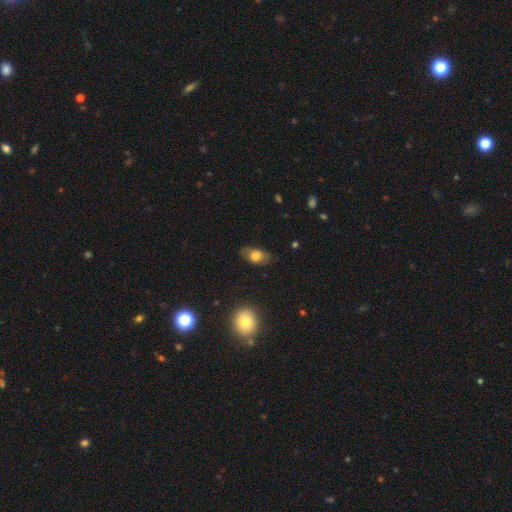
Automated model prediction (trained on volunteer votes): This is likely a smooth galaxy (73%). How rounded: clearly in between (84%). Merging: likely none (71%).